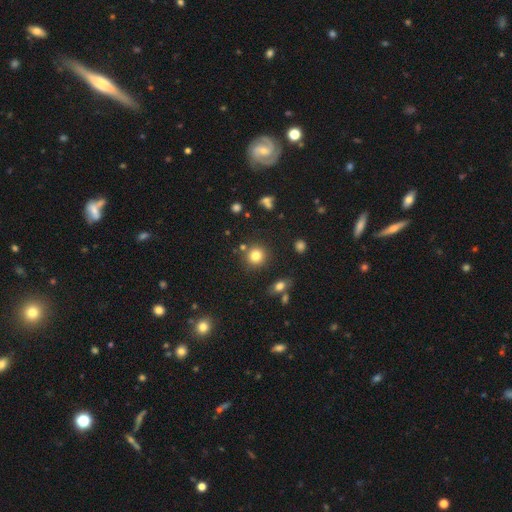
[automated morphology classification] Overall: smooth (81%). How rounded: round (91%). Merging: none (83%).